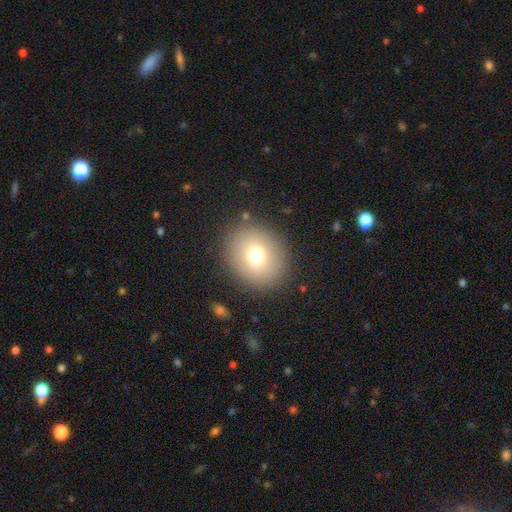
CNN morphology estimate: A smooth galaxy with no disk features (74%) that is round (70%). Merging: none (87%).